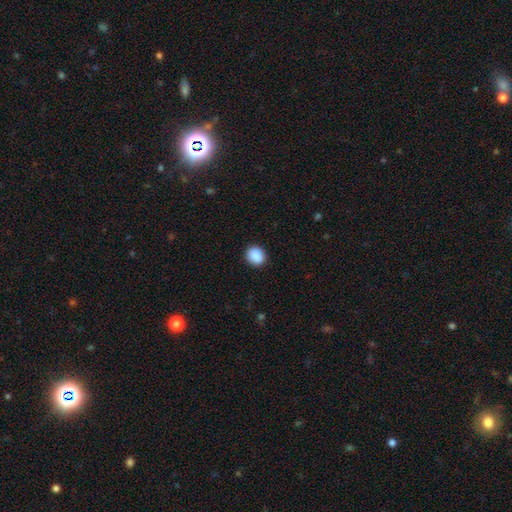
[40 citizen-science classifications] This is clearly a smooth galaxy (88%). How rounded: likely round (71%). Merging: clearly none (92%).